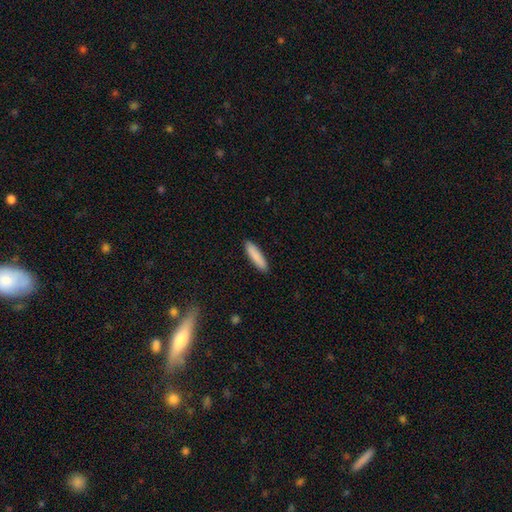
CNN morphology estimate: smooth-or-featured: smooth: 88% | featured or disk: 7% | star or artifact: 5%
  how-rounded: cigar-shaped: 79% | in between: 20% | round: 1%
  merging: none: 91% | minor disturbance: 7% | major disturbance: 2% | merger: 1%